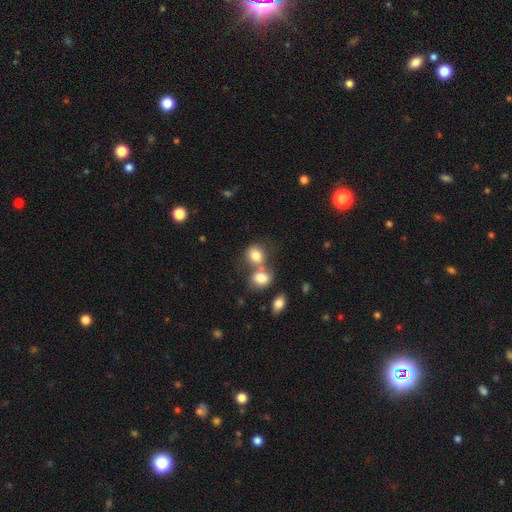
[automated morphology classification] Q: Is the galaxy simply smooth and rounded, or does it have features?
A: smooth — 80%.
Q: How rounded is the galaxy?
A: round — 63%.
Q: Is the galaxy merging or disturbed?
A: merger — 50%.